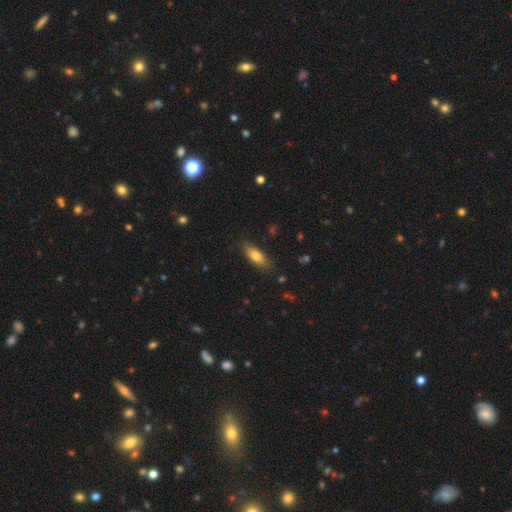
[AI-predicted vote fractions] smooth 80%, featured or disk 13%, star or artifact 7%. Down the decision tree: how rounded — in between (68%); merging — none (83%).